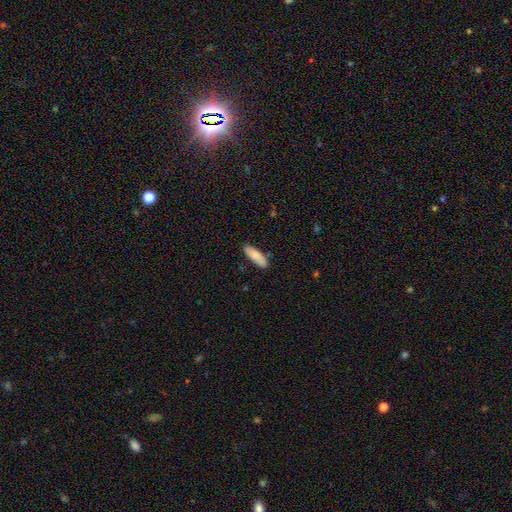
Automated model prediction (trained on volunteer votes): smooth_or_featured: smooth (p=0.85) [alt: featured or disk p=0.10]
how_rounded: in between (p=0.54) [alt: cigar-shaped p=0.45]
merging: none (p=0.86) [alt: minor disturbance p=0.11]